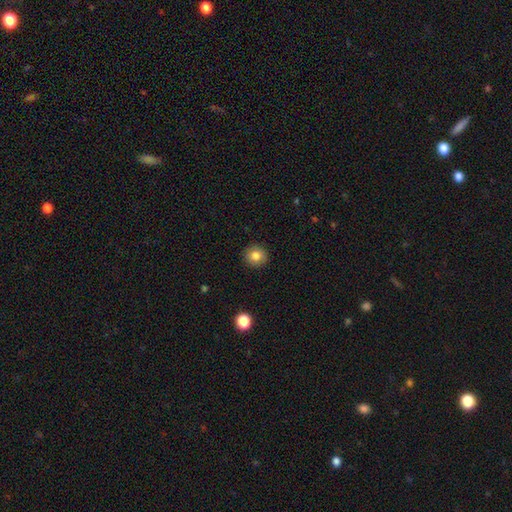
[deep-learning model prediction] Overall: smooth (83%). How rounded: round (92%). Merging: none (91%).